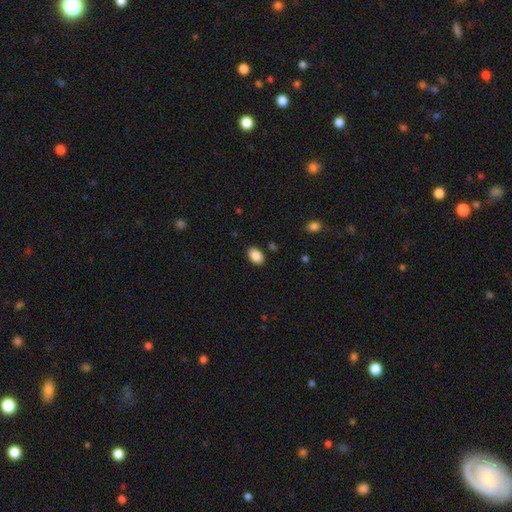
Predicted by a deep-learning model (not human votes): The model was most divided on "how rounded": in between: 86%, round: 13%, cigar-shaped: 1%. More confident: merging — none (88%); smooth or featured — smooth (88%).